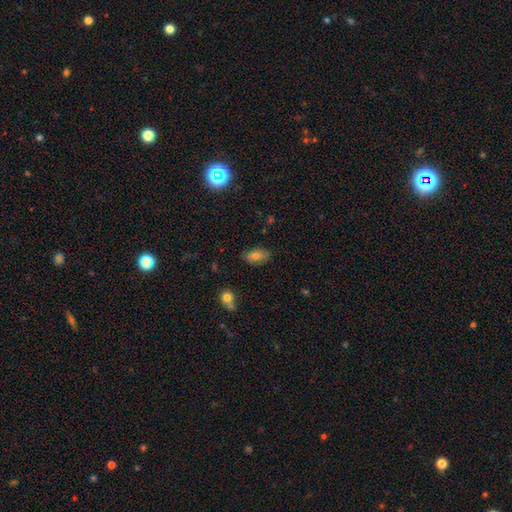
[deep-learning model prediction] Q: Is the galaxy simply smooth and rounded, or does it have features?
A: smooth — 73%.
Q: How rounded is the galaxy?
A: in between — 90%.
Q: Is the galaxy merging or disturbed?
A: none — 79%.